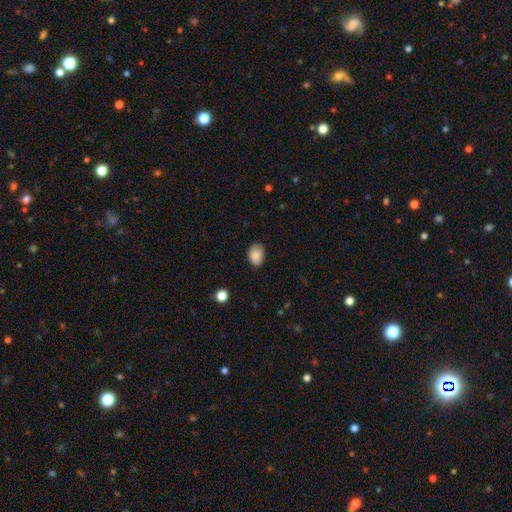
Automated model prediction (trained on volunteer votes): smooth 85%, star or artifact 8%, featured or disk 7%. Down the decision tree: how rounded — in between (79%); merging — none (75%).